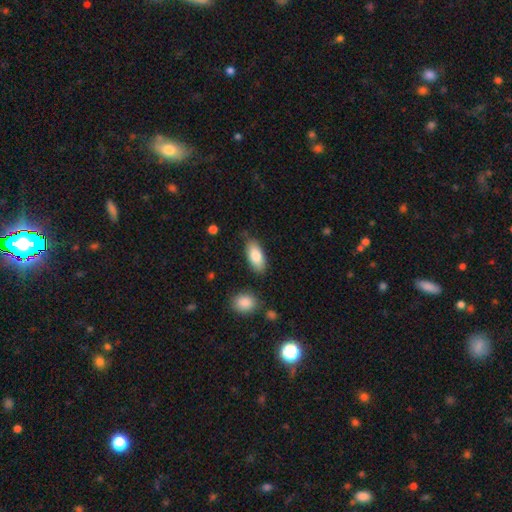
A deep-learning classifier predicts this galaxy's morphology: Smooth or featured? Predicted: smooth (p=0.82). How rounded? Predicted: in between (p=0.89). Merging? Predicted: none (p=0.78).